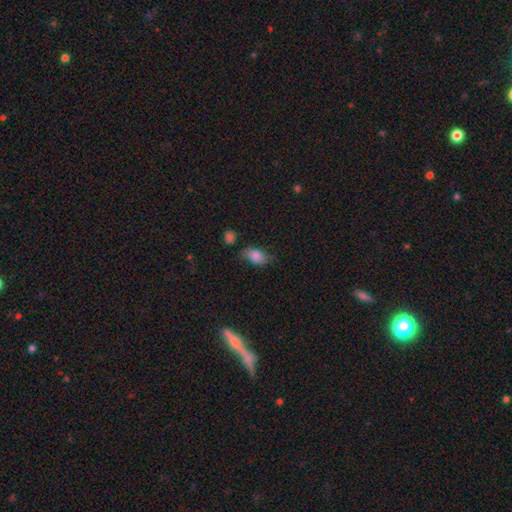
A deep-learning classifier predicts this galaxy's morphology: type=smooth (80%); roundness=in between (87%); merging=none (61%).